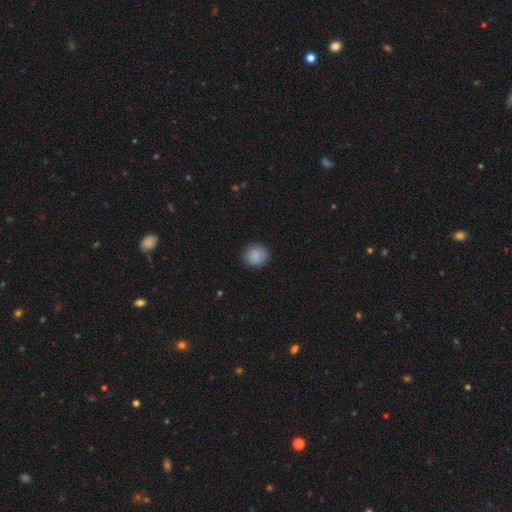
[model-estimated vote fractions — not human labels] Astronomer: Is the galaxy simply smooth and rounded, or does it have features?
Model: smooth — 88%.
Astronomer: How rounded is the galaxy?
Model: round — 89%.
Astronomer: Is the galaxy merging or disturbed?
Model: none — 88%.